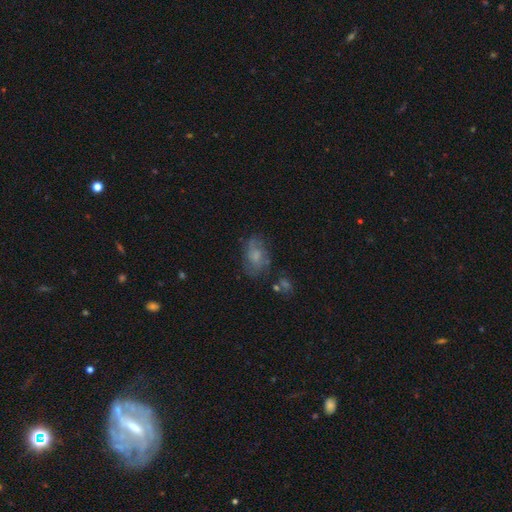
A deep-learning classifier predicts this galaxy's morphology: A smooth galaxy with no disk features (49%).

Vote fractions:
- Smooth or featured? smooth: 49% / featured or disk: 40% / star or artifact: 11%
- Merging? none: 59% / minor disturbance: 23% / major disturbance: 13% / merger: 5%